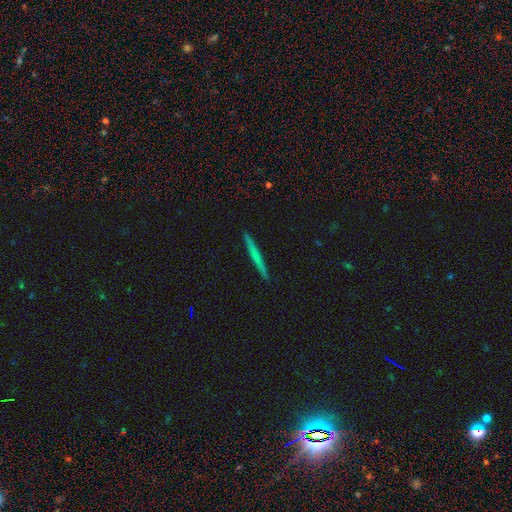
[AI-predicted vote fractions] smooth 52%, featured or disk 41%, star or artifact 6%. Down the decision tree: how rounded — cigar-shaped (97%); merging — none (93%).